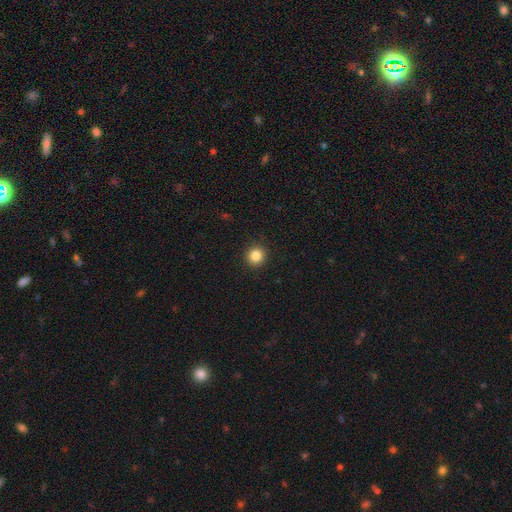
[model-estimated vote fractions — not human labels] Q: Smooth or featured?
A: smooth (84%); runner-up: star or artifact (11%)
Q: How rounded?
A: round (93%); runner-up: in between (6%)
Q: Merging?
A: none (92%); runner-up: minor disturbance (5%)